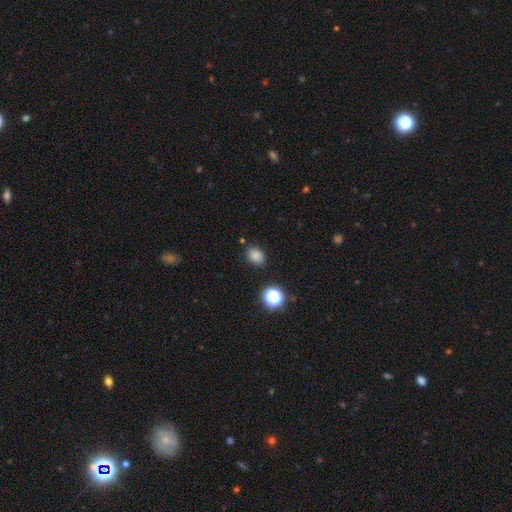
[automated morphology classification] Q: Smooth or featured?
A: smooth (81%); runner-up: star or artifact (14%)
Q: How rounded?
A: round (52%); runner-up: in between (47%)
Q: Merging?
A: none (82%); runner-up: minor disturbance (12%)